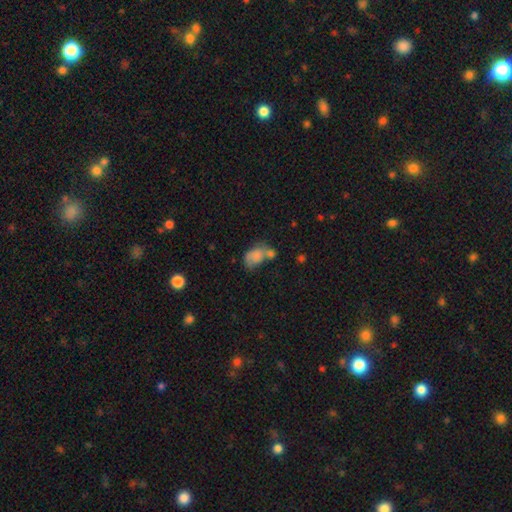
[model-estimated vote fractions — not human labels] Morphology: type=smooth (71%); roundness=in between (78%); merging=merger (38%).